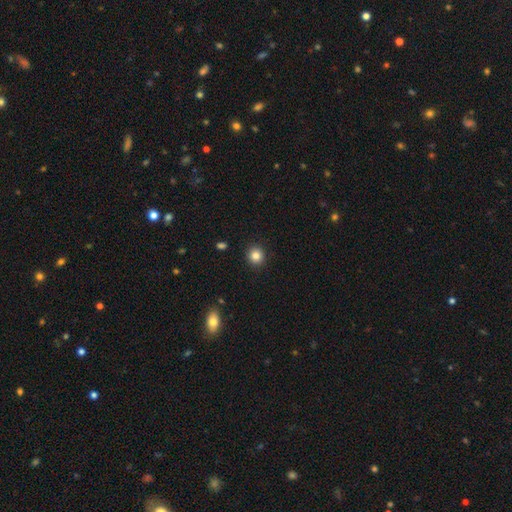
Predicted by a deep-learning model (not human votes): Q: Smooth or featured?
A: smooth (84%); runner-up: star or artifact (11%)
Q: How rounded?
A: round (90%); runner-up: in between (10%)
Q: Merging?
A: none (91%); runner-up: minor disturbance (6%)